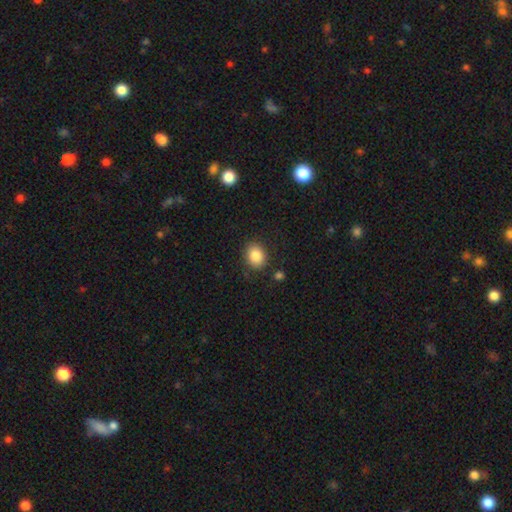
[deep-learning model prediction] Smooth or featured? Predicted: smooth (p=0.86). How rounded? Predicted: round (p=0.51). Merging? Predicted: none (p=0.84).